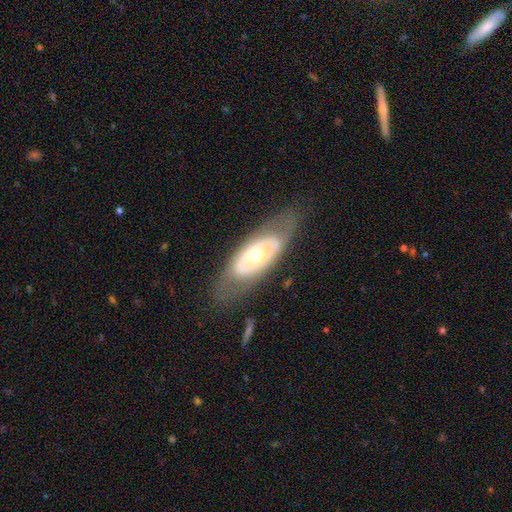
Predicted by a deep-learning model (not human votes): featured or disk 65%, smooth 30%, star or artifact 5%. Down the decision tree: edge-on disk — no (85%); bar — no (84%); spiral arms — no (83%); bulge size — moderate (70%); merging — none (70%).